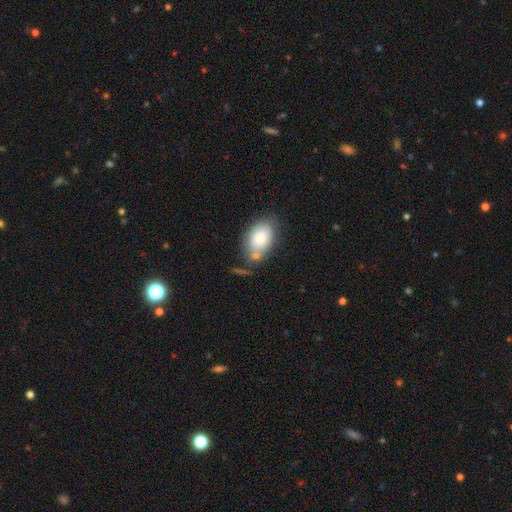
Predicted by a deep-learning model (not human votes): Morphology: type=smooth (76%); roundness=in between (85%); merging=none (58%).